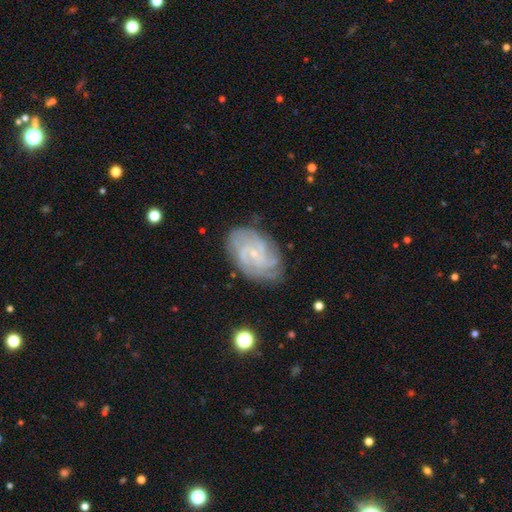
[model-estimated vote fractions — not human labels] A featured or disk galaxy (72%) with no bar (61%), tight (63%) spiral arms (95%) and a small central bulge (77%). Merging: none (80%).